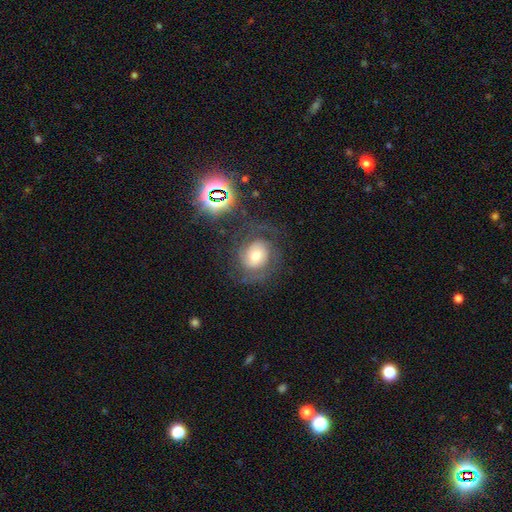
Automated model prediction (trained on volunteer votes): This appears to be a featured or disk galaxy (66%) with no bar (67%), 2 (59%) tight (48%) spiral arms (90%) and a moderate central bulge (53%). Merging: none (65%).